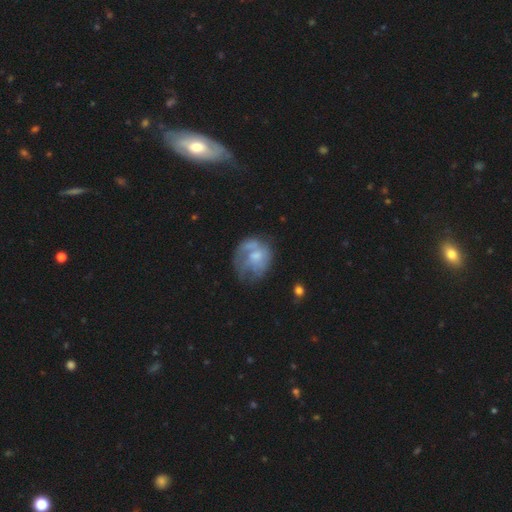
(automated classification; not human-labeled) The model was most divided on "bulge size": small: 39%, moderate: 38%, none: 17%, large: 5%, dominant: 1%. Remaining: edge-on disk — no (98%); bar — no (75%); smooth or featured — featured or disk (52%); spiral arms — no (52%); merging — none (41%).